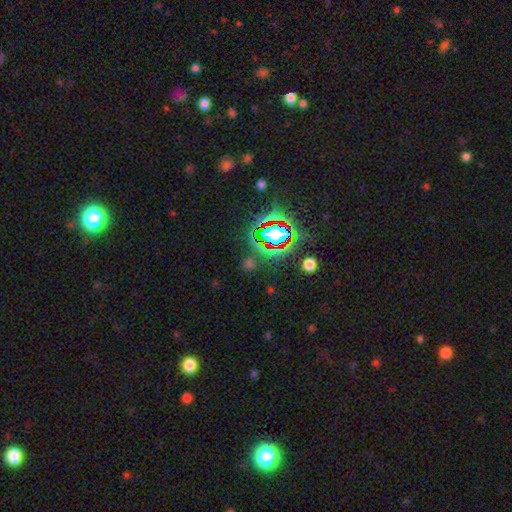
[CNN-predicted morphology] Smooth or featured? Predicted: star or artifact (p=0.79).